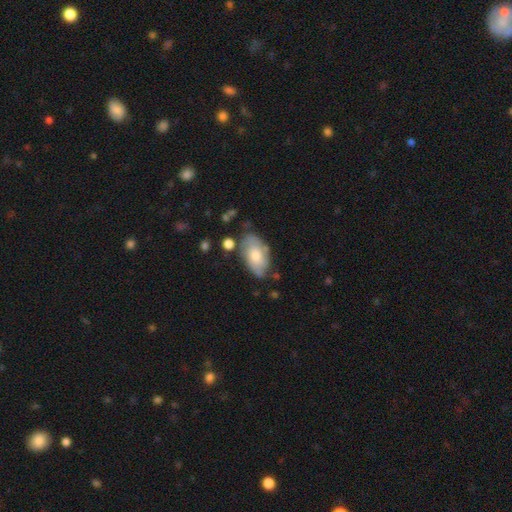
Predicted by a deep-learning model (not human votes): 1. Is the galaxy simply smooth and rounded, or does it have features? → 65% smooth, 29% featured or disk, 6% star or artifact.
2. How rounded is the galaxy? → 93% in between, 4% round, 3% cigar-shaped.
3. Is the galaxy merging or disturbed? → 61% none, 26% minor disturbance, 8% major disturbance, 6% merger.